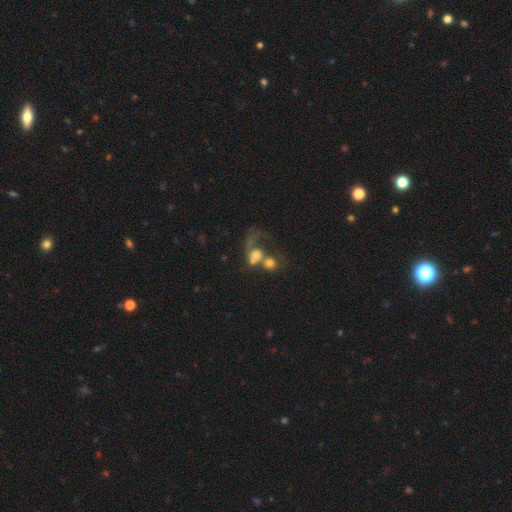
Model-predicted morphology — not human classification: A smooth galaxy with no disk features (53%) that is round (50%).

Vote fractions:
- Smooth or featured? smooth: 53% / featured or disk: 36% / star or artifact: 12%
- How rounded? round: 50% / in between: 48% / cigar-shaped: 2%
- Merging? merger: 64% / major disturbance: 19% / none: 11% / minor disturbance: 6%